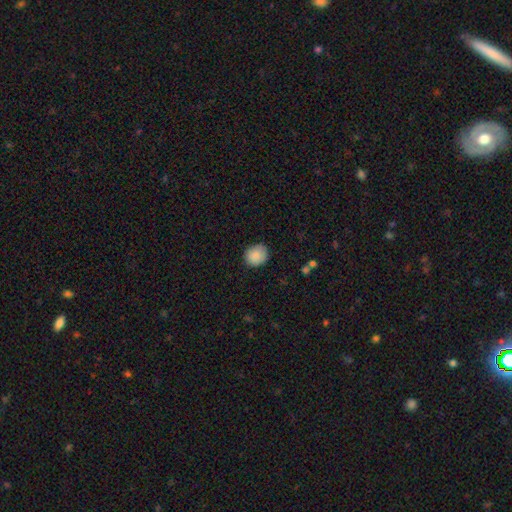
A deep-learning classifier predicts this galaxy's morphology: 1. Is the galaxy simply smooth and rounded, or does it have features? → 88% smooth, 8% star or artifact, 5% featured or disk.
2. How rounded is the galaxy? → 75% round, 24% in between, 1% cigar-shaped.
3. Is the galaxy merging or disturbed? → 86% none, 11% minor disturbance, 2% major disturbance, 1% merger.